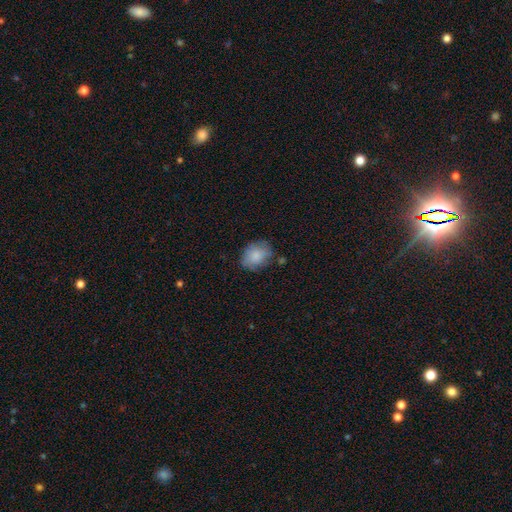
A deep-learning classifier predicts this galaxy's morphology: Smooth or featured? smooth (82%)
How rounded? in between (58%)
Merging? none (68%)